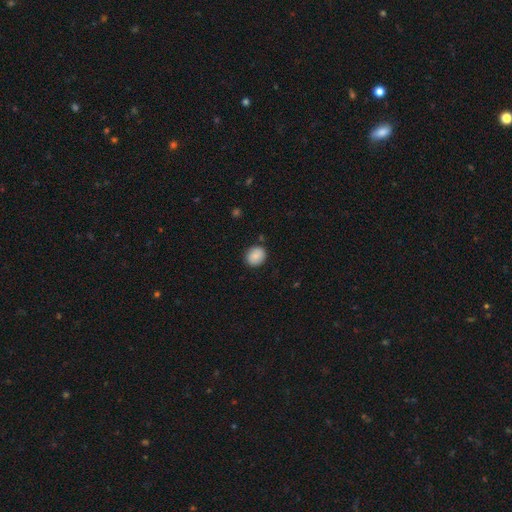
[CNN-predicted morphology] Smooth or featured: smooth — 85% (star or artifact — 8%)
How rounded: round — 68% (in between — 31%)
Merging: none — 86% (minor disturbance — 10%)